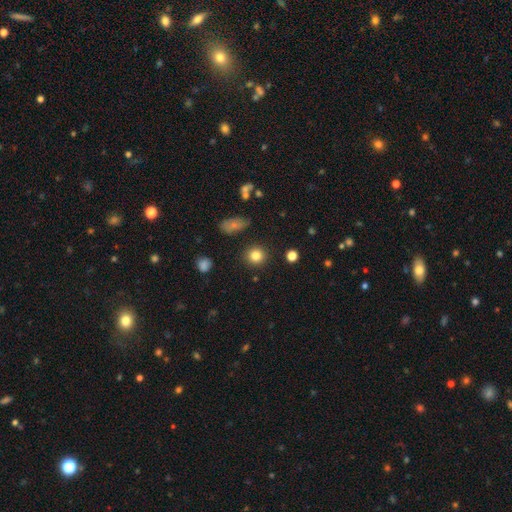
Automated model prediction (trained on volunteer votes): Overall: smooth (82%). How rounded: round (91%). Merging: none (89%).